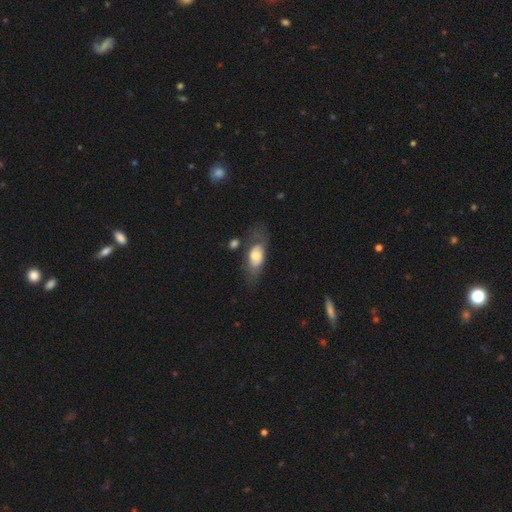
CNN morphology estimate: type=smooth (57%); roundness=in between (82%); merging=none (55%).